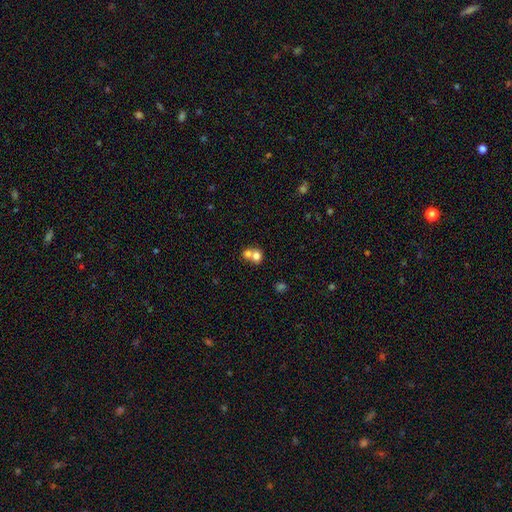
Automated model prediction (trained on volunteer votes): This is likely a smooth galaxy (75%). How rounded: likely round (74%). Merging: likely merger (64%).